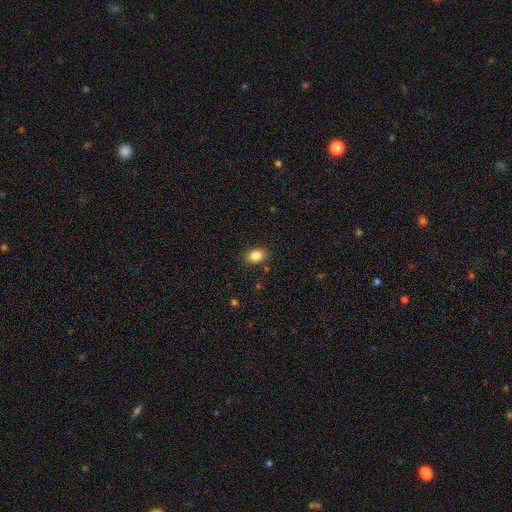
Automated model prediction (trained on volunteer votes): The model was most divided on "how rounded": in between: 73%, round: 26%, cigar-shaped: 1%. More confident: merging — none (86%); smooth or featured — smooth (85%).